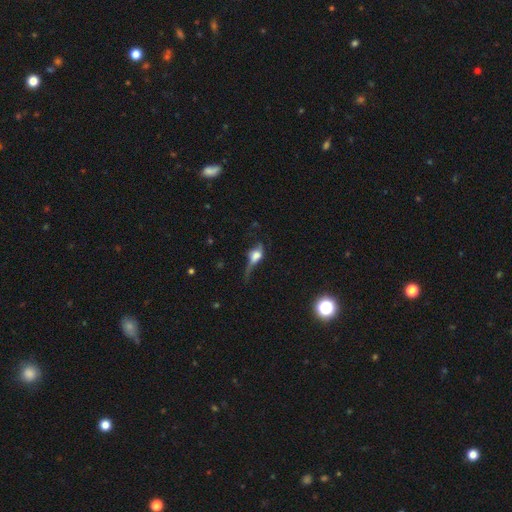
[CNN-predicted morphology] Smooth or featured?
  - featured or disk: 46% *
  - smooth: 42%
  - star or artifact: 13%
Merging?
  - major disturbance: 46% *
  - none: 26%
  - minor disturbance: 22%
  - merger: 6%